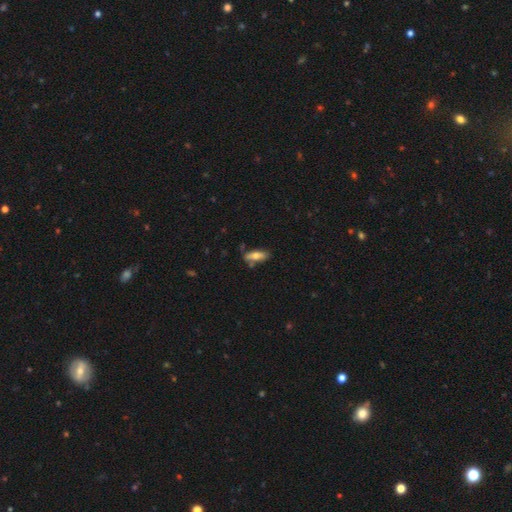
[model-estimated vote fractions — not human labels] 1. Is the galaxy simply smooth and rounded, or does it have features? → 65% smooth, 28% featured or disk, 7% star or artifact.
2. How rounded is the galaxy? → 65% in between, 33% cigar-shaped, 3% round.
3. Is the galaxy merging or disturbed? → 65% none, 21% minor disturbance, 10% merger, 5% major disturbance.